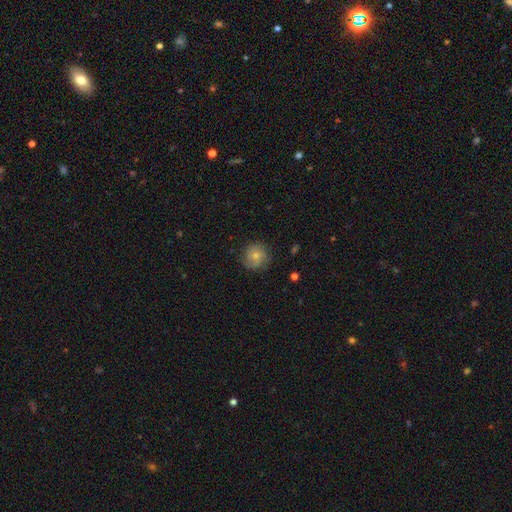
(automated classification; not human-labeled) Morphology: type=smooth (71%); roundness=round (91%); merging=none (78%).